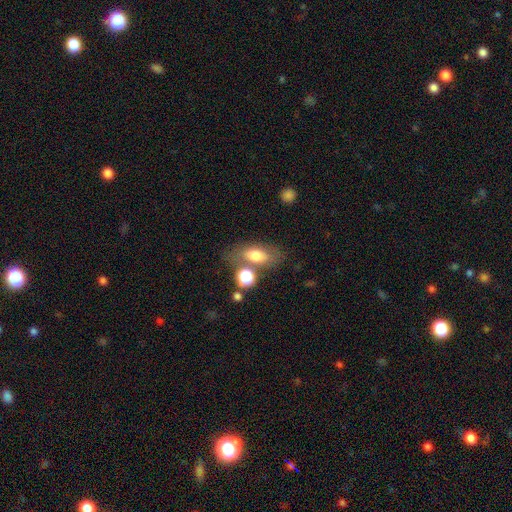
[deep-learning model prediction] Morphology: type=smooth (69%); roundness=in between (79%); merging=none (59%).